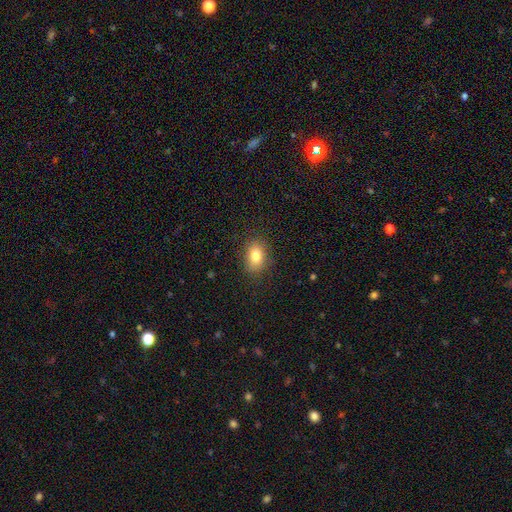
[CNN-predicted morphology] The model was most divided on "how rounded": in between: 77%, round: 22%, cigar-shaped: 1%. More confident: merging — none (85%); smooth or featured — smooth (82%).